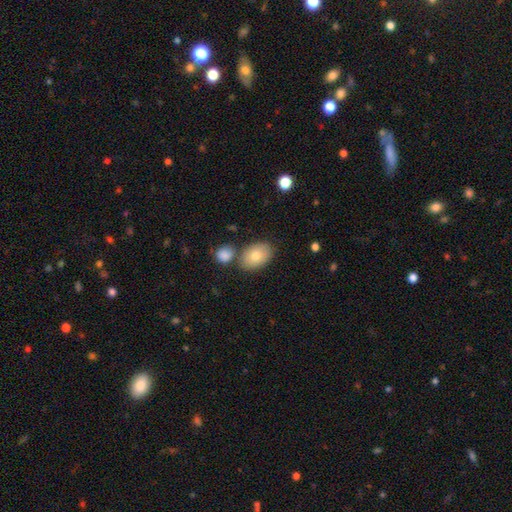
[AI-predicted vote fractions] smooth 77%, featured or disk 16%, star or artifact 7%. Down the decision tree: how rounded — in between (85%); merging — none (69%).